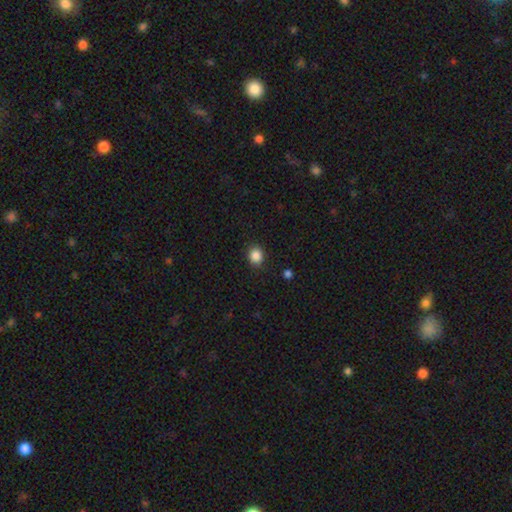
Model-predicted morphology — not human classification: Smooth or featured? Predicted: smooth (p=0.86). How rounded? Predicted: round (p=0.77). Merging? Predicted: none (p=0.88).